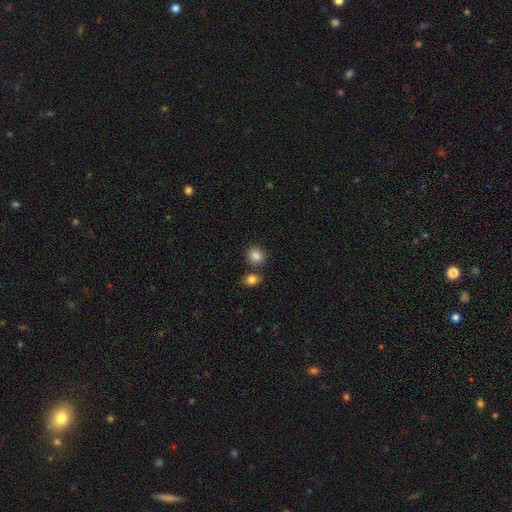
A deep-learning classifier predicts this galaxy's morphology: The model was most divided on "merging": none: 74%, merger: 14%, minor disturbance: 9%, major disturbance: 3%. More confident: smooth or featured — smooth (85%); how rounded — round (80%).